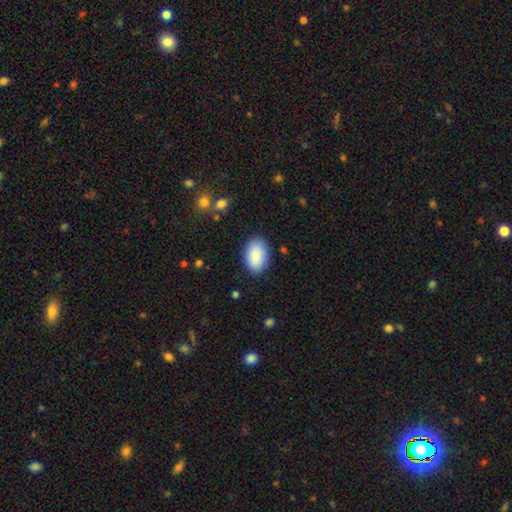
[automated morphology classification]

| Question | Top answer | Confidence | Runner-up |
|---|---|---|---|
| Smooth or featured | smooth | 87% | featured or disk (7%) |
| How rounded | in between | 91% | round (8%) |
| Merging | none | 85% | minor disturbance (11%) |